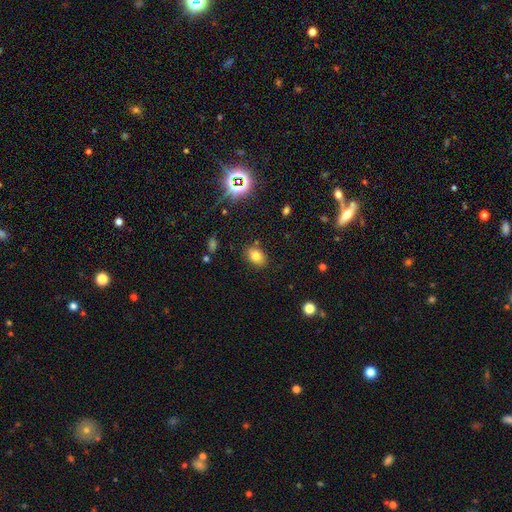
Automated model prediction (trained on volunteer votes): Morphology: type=smooth (75%); roundness=in between (77%); merging=none (84%).